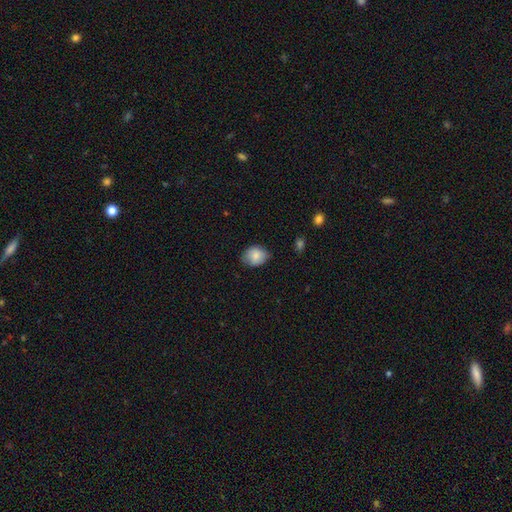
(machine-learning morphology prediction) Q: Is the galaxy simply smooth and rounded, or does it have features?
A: smooth — 82%.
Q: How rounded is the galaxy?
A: in between — 50%.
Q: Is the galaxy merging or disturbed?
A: none — 70%.